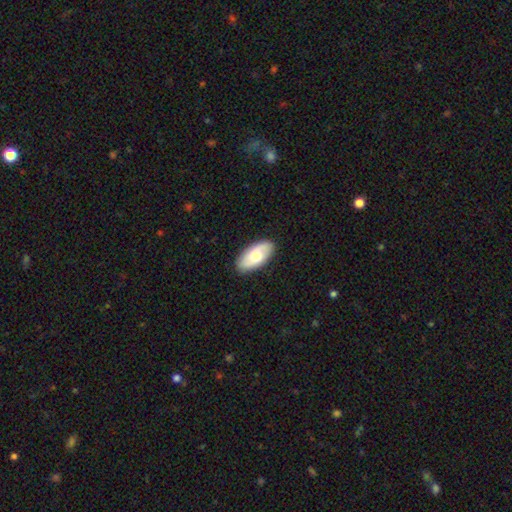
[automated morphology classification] This is likely a smooth galaxy (62%). How rounded: clearly in between (93%). Merging: clearly none (87%).